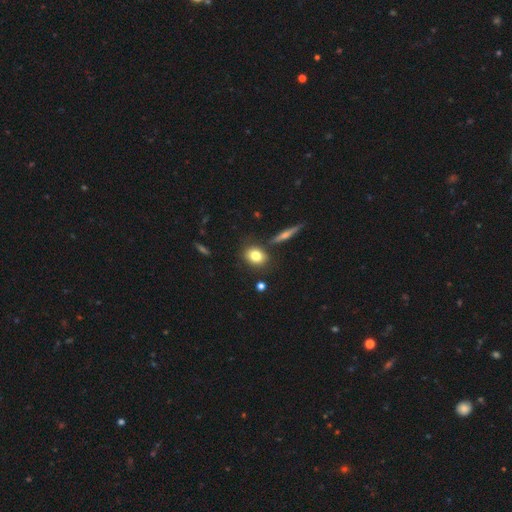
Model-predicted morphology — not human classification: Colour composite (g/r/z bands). It shows a smooth galaxy with no disk features (78%) that is round (50%). Merging: none (78%).